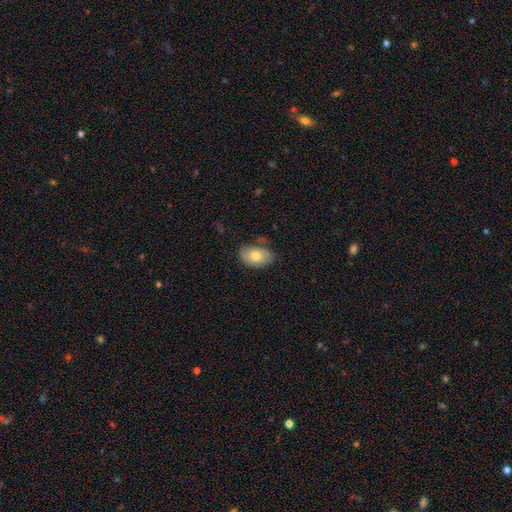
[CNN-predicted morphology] Q: Smooth or featured?
A: smooth (75%); runner-up: featured or disk (18%)
Q: How rounded?
A: in between (85%); runner-up: round (13%)
Q: Merging?
A: none (72%); runner-up: minor disturbance (21%)